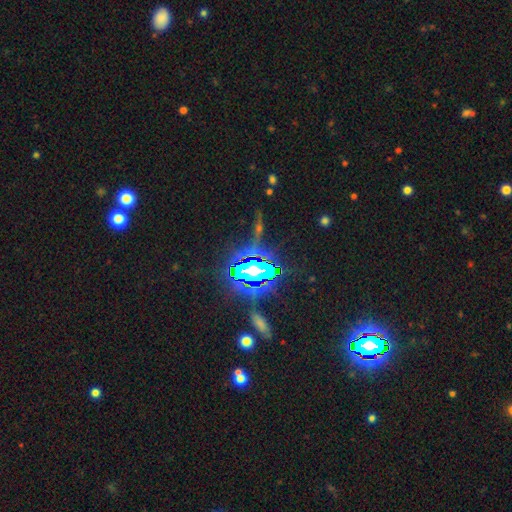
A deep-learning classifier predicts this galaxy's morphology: star or artifact 83%, smooth 9%, featured or disk 7%.